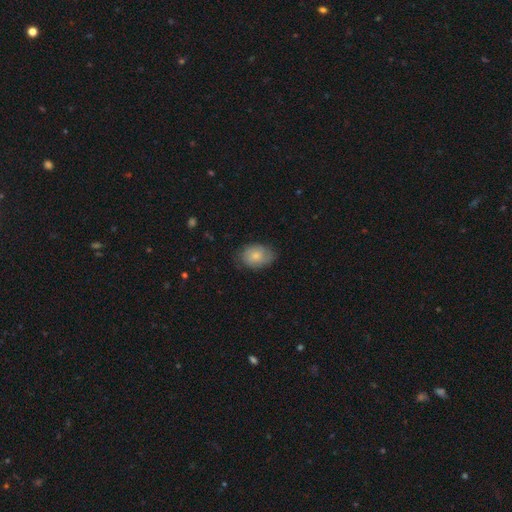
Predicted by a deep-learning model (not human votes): Morphology: type=smooth (74%); roundness=in between (76%); merging=none (71%).